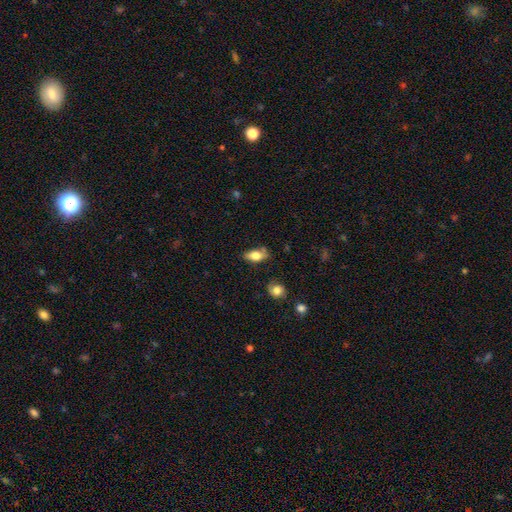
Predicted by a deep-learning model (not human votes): Smooth or featured? smooth (75%)
How rounded? in between (87%)
Merging? none (68%)